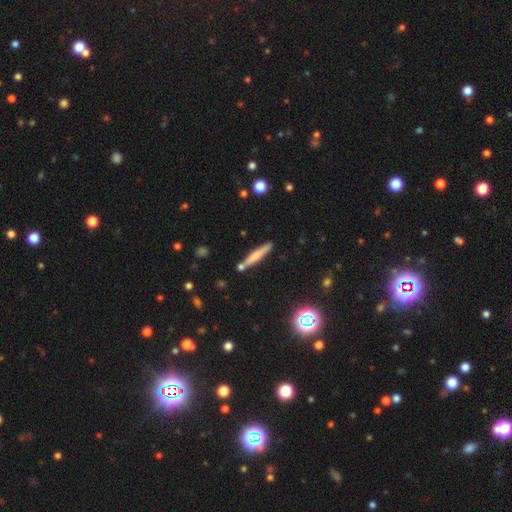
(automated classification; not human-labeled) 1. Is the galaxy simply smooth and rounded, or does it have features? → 62% smooth, 30% featured or disk, 8% star or artifact.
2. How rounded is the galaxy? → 93% cigar-shaped, 6% in between, 2% round.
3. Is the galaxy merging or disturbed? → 79% none, 10% minor disturbance, 8% merger, 2% major disturbance.